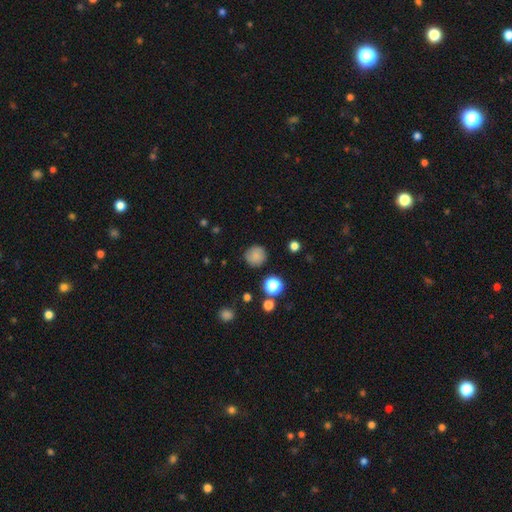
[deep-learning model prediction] Q: Smooth or featured?
A: smooth (82%); runner-up: star or artifact (12%)
Q: How rounded?
A: round (92%); runner-up: in between (7%)
Q: Merging?
A: none (85%); runner-up: minor disturbance (10%)